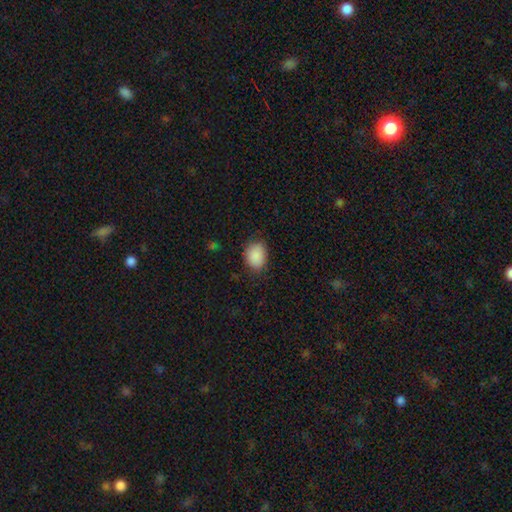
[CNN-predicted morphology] Smooth or featured: smooth — 89% (star or artifact — 8%)
How rounded: in between — 63% (round — 36%)
Merging: none — 77% (minor disturbance — 18%)